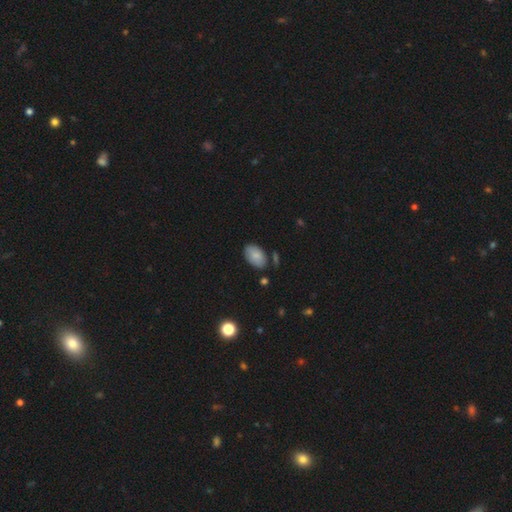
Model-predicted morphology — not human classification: Smooth or featured: smooth — 84% (featured or disk — 9%)
How rounded: in between — 93% (round — 5%)
Merging: none — 76% (minor disturbance — 16%)